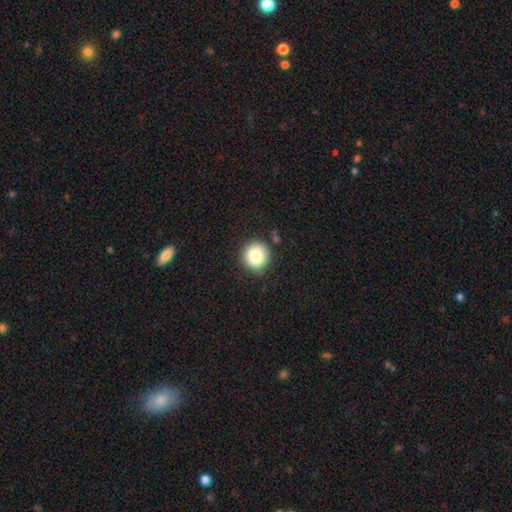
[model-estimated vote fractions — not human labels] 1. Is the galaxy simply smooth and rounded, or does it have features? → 84% smooth, 9% star or artifact, 7% featured or disk.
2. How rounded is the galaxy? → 93% round, 6% in between, 1% cigar-shaped.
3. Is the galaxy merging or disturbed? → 85% none, 10% minor disturbance, 3% major disturbance, 2% merger.